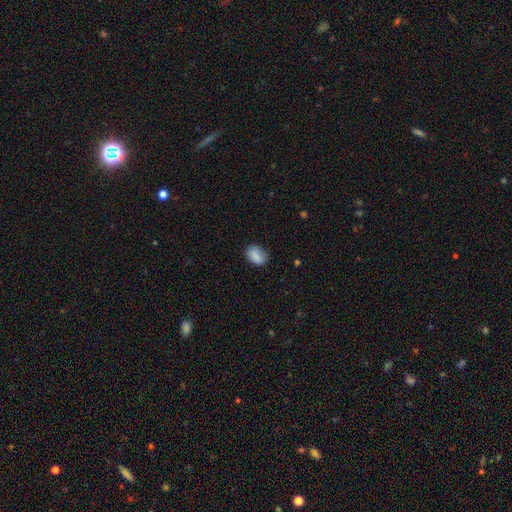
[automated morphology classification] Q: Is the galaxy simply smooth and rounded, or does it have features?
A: smooth — 86%.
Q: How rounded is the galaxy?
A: in between — 80%.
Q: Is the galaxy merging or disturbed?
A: none — 75%.